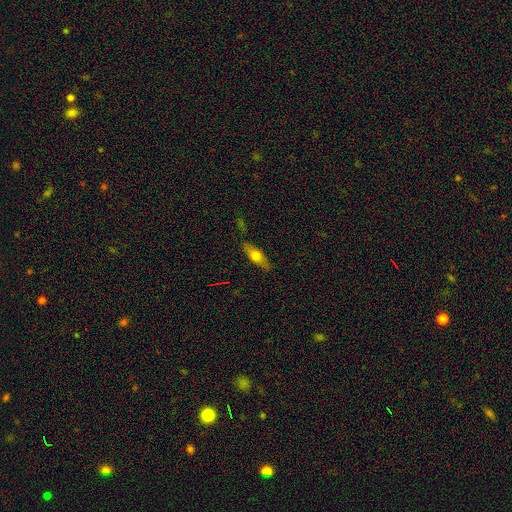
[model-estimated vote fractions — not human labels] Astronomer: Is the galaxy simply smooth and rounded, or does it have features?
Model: smooth — 55% (runner-up: featured or disk, 37%).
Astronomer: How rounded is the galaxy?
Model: in between — 49% (runner-up: cigar-shaped, 47%).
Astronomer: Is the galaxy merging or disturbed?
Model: none — 82%.